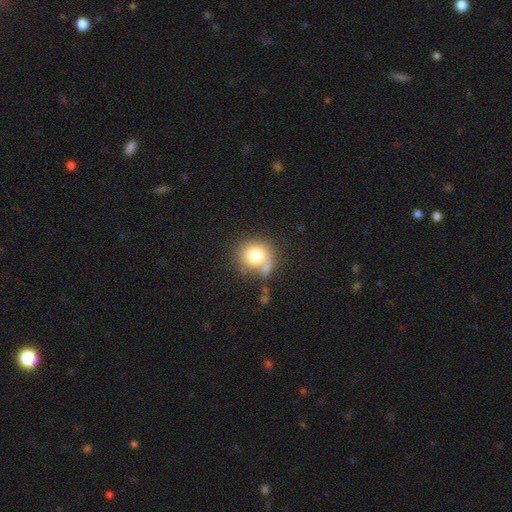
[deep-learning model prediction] Smooth or featured? smooth (77%)
How rounded? round (82%)
Merging? none (52%)